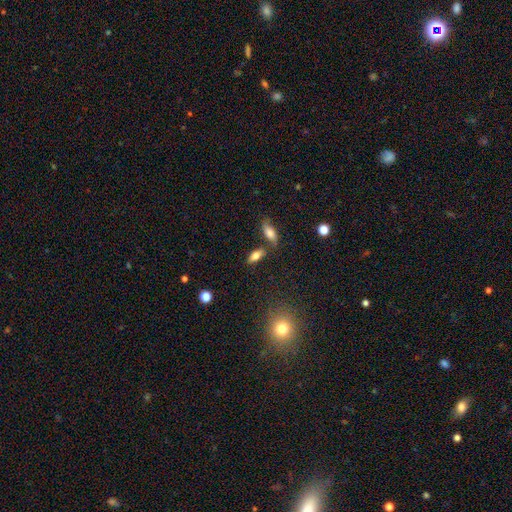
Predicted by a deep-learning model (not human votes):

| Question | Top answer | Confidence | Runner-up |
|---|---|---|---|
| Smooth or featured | smooth | 75% | featured or disk (16%) |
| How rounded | in between | 78% | cigar-shaped (18%) |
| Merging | none | 67% | merger (17%) |